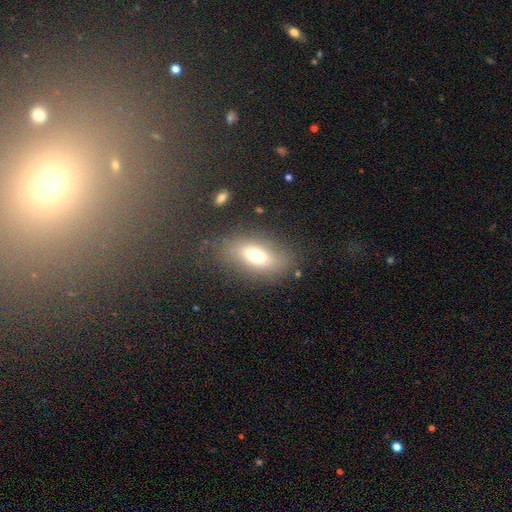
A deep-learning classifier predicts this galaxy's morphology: A smooth galaxy with no disk features (69%) that is in between round and cigar-shaped (84%).

Vote fractions:
- Smooth or featured? smooth: 69% / featured or disk: 21% / star or artifact: 10%
- How rounded? in between: 84% / cigar-shaped: 10% / round: 6%
- Merging? none: 75% / minor disturbance: 14% / major disturbance: 8% / merger: 3%